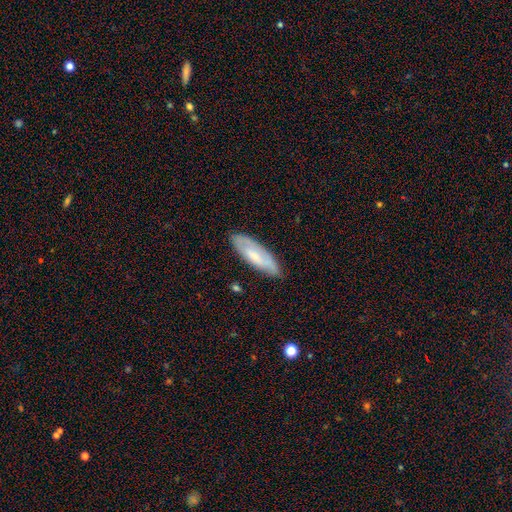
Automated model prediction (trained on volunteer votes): A smooth galaxy with no disk features (56%) that is in between round and cigar-shaped (56%). Merging: none (77%).